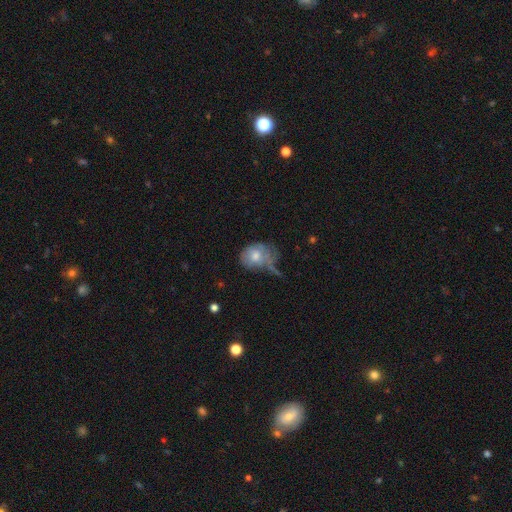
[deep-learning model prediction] This is possibly a smooth galaxy (57%). How rounded: possibly in between (58%). Merging: marginally none (37%).